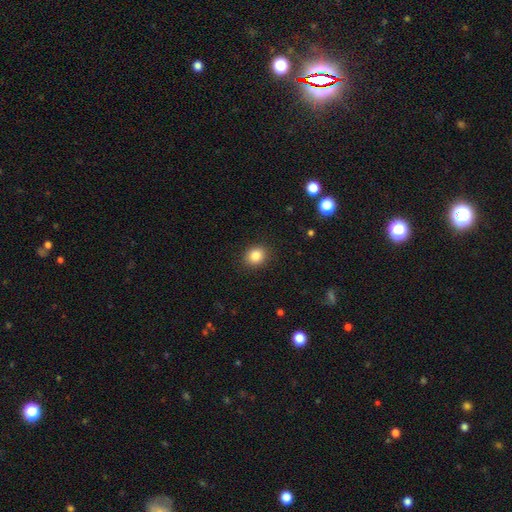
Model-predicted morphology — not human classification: type=smooth (84%); roundness=round (66%); merging=none (90%).